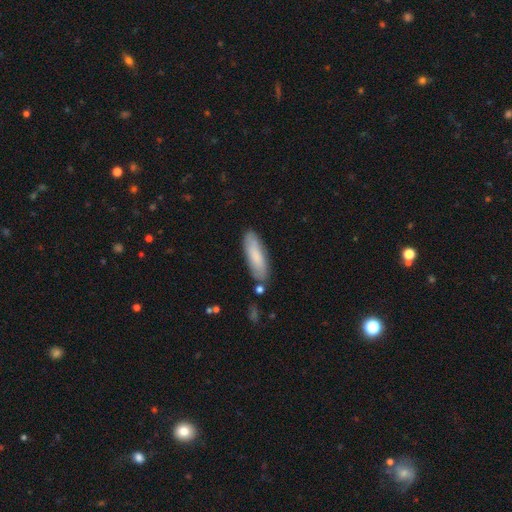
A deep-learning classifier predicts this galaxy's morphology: Smooth or featured: smooth — 78% (featured or disk — 16%)
How rounded: cigar-shaped — 55% (in between — 43%)
Merging: none — 80% (minor disturbance — 14%)